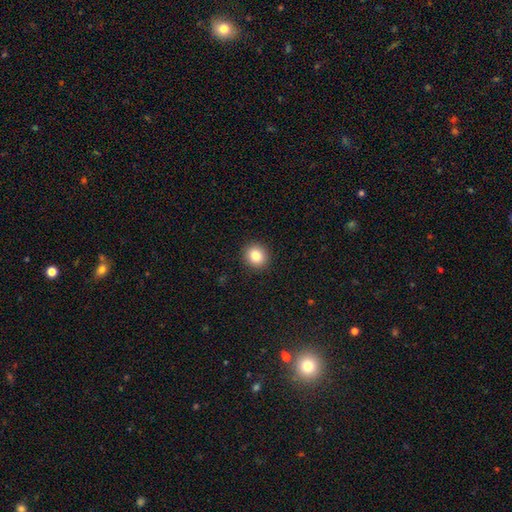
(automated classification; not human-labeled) Smooth or featured: smooth — 85% (star or artifact — 10%)
How rounded: round — 84% (in between — 15%)
Merging: none — 92% (minor disturbance — 5%)